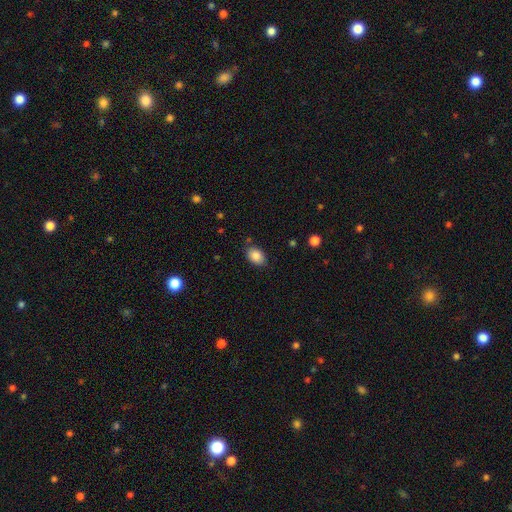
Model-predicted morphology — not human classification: smooth 87%, star or artifact 8%, featured or disk 5%. Down the decision tree: how rounded — in between (82%); merging — none (81%).